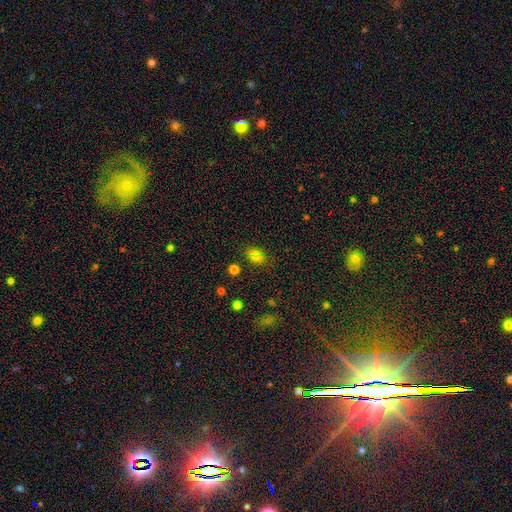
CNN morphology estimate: type=smooth (67%); roundness=in between (61%); merging=none (73%).